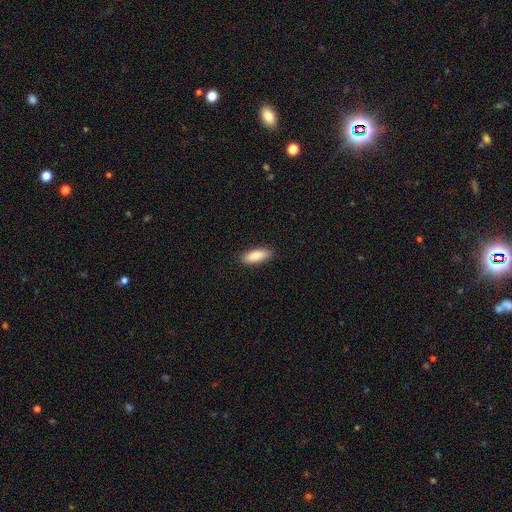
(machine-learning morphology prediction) Smooth or featured? smooth (85%)
How rounded? in between (71%)
Merging? none (89%)